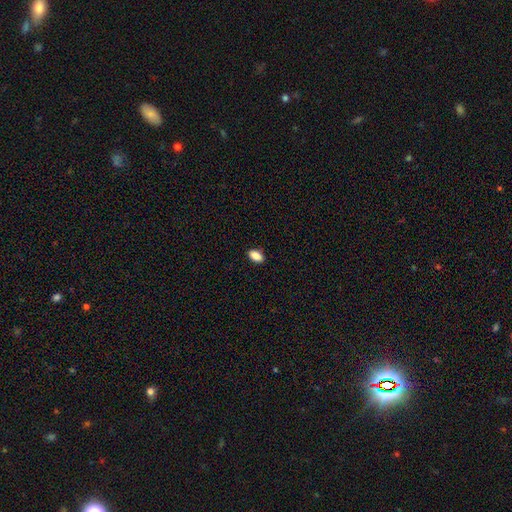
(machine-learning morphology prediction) smooth 87%, star or artifact 8%, featured or disk 5%. Down the decision tree: how rounded — in between (89%); merging — none (89%).